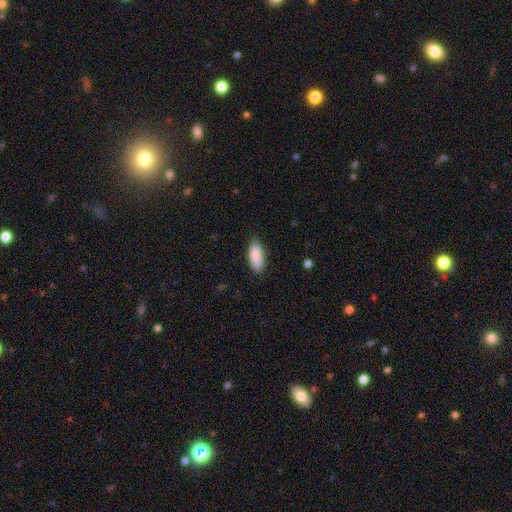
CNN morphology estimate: A smooth galaxy with no disk features (86%) that is in between round and cigar-shaped (82%).

Vote fractions:
- Smooth or featured? smooth: 86% / featured or disk: 8% / star or artifact: 6%
- How rounded? in between: 82% / cigar-shaped: 16% / round: 2%
- Merging? none: 83% / minor disturbance: 13% / major disturbance: 2% / merger: 1%